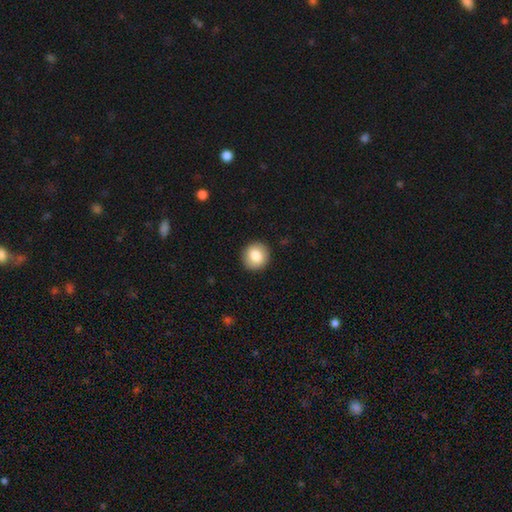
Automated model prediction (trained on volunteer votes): Overall: smooth (84%). How rounded: round (91%). Merging: none (91%).